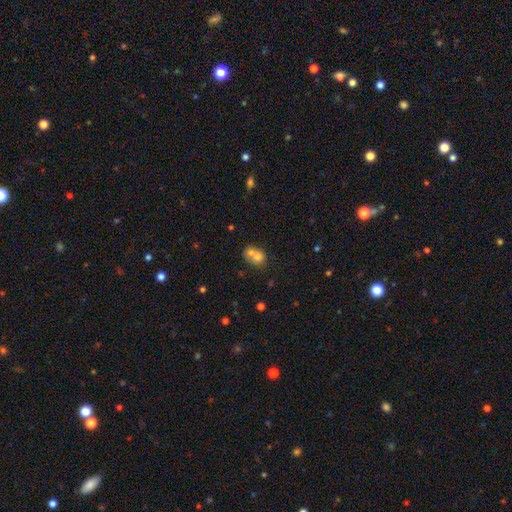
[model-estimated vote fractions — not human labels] Q: Smooth or featured?
A: smooth (68%); runner-up: featured or disk (20%)
Q: How rounded?
A: round (63%); runner-up: in between (36%)
Q: Merging?
A: merger (62%); runner-up: none (27%)